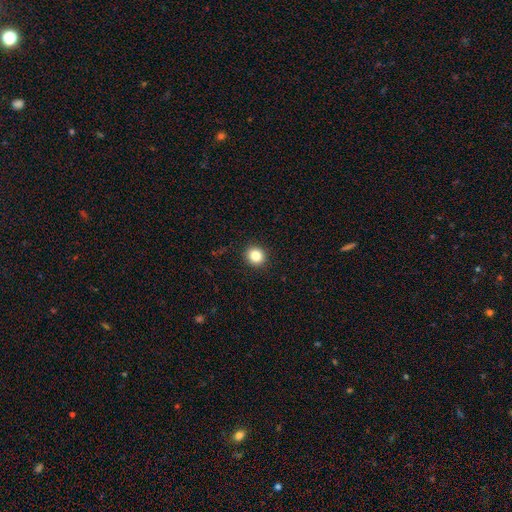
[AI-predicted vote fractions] Smooth or featured?
  - smooth: 84% *
  - star or artifact: 11%
  - featured or disk: 5%
How rounded?
  - round: 87% *
  - in between: 12%
  - cigar-shaped: 1%
Merging?
  - none: 92% *
  - minor disturbance: 5%
  - major disturbance: 2%
  - merger: 1%